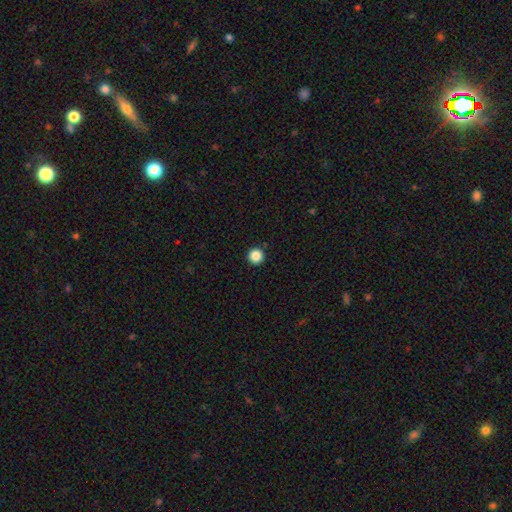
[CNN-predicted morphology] smooth_or_featured: smooth (p=0.87) [alt: star or artifact p=0.10]
how_rounded: round (p=0.97) [alt: in between p=0.02]
merging: none (p=0.94) [alt: minor disturbance p=0.04]